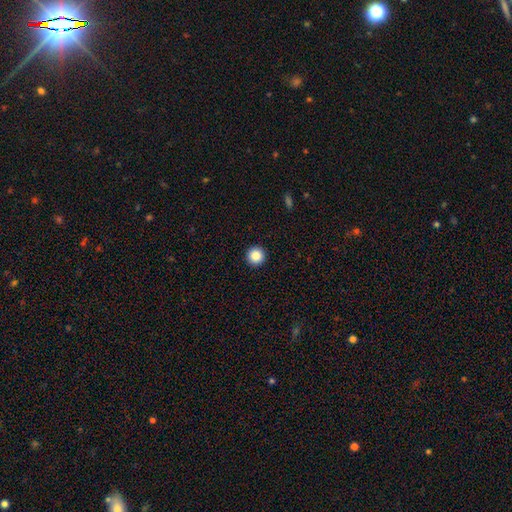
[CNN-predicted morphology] Smooth or featured: smooth — 87% (star or artifact — 10%)
How rounded: round — 96% (in between — 3%)
Merging: none — 94% (minor disturbance — 4%)